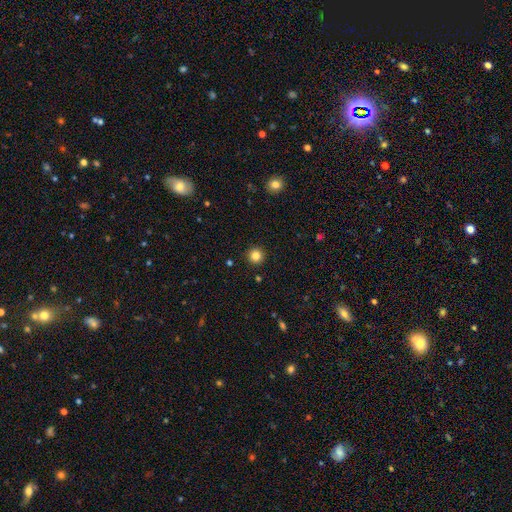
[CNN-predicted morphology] Q: Smooth or featured?
A: smooth (84%); runner-up: star or artifact (12%)
Q: How rounded?
A: round (96%); runner-up: in between (3%)
Q: Merging?
A: none (93%); runner-up: minor disturbance (4%)